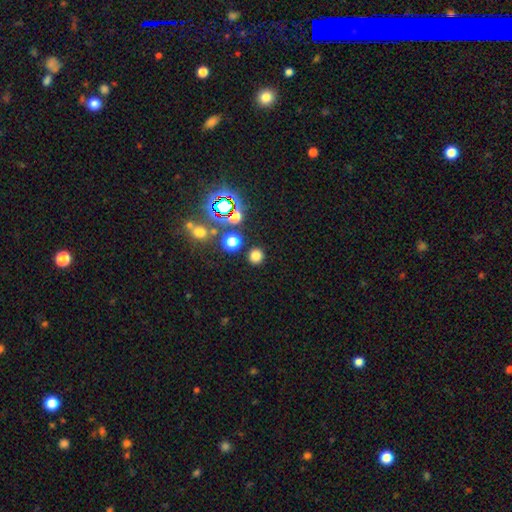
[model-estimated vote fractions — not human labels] Smooth or featured? smooth (75%)
How rounded? round (92%)
Merging? none (88%)